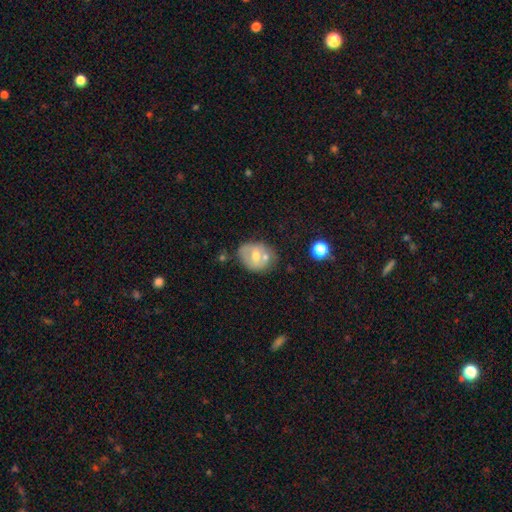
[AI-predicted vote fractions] The model was most divided on "smooth or featured": smooth: 48%, featured or disk: 44%, star or artifact: 8%. Remaining: merging — none (49%).